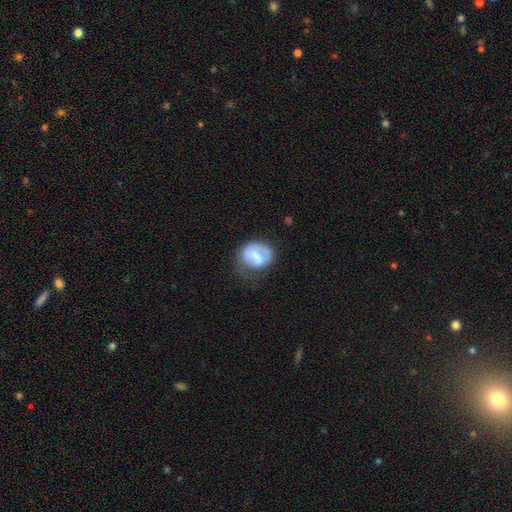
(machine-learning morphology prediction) Smooth or featured?
  - smooth: 59% *
  - featured or disk: 34%
  - star or artifact: 7%
How rounded?
  - round: 59% *
  - in between: 40%
  - cigar-shaped: 1%
Merging?
  - none: 46% *
  - minor disturbance: 30%
  - major disturbance: 22%
  - merger: 2%